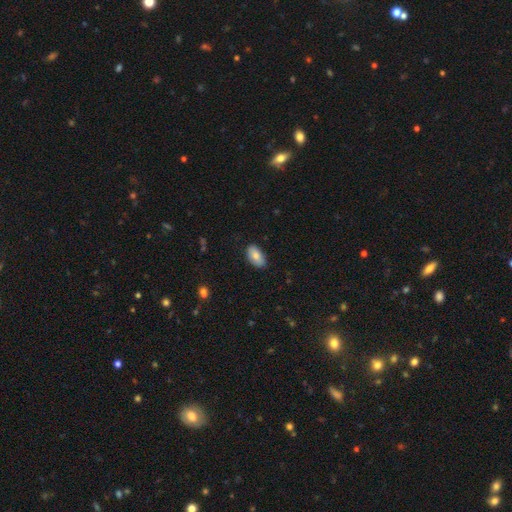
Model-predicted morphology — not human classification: A smooth galaxy with no disk features (81%) that is in between round and cigar-shaped (93%). Merging: none (82%).